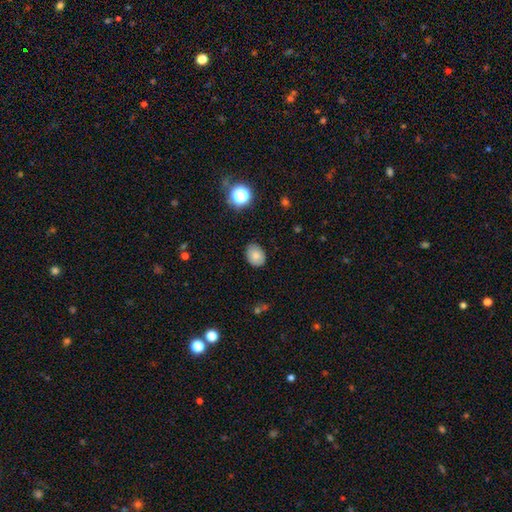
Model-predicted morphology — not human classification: Overall: smooth (81%). How rounded: in between (62%; round 37%). Merging: none (83%).